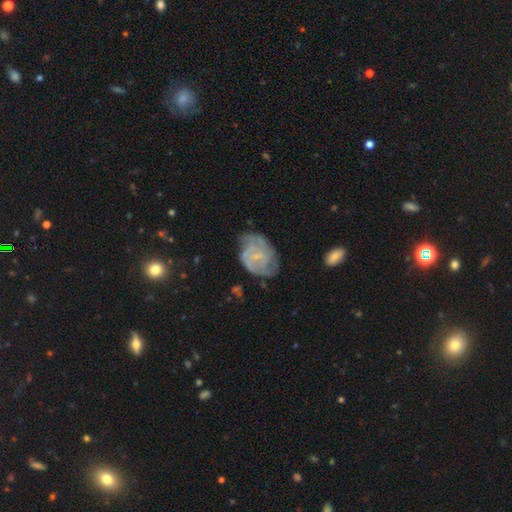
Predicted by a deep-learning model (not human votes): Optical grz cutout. It shows a featured or disk galaxy (74%) with no bar (54%), tight (52%) spiral arms (88%) and a small central bulge (68%). Merging: none (59%).